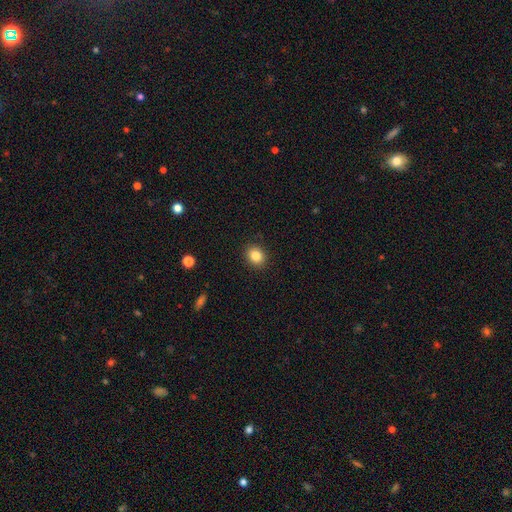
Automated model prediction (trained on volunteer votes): Q: Smooth or featured?
A: smooth (84%); runner-up: star or artifact (10%)
Q: How rounded?
A: round (60%); runner-up: in between (40%)
Q: Merging?
A: none (90%); runner-up: minor disturbance (7%)